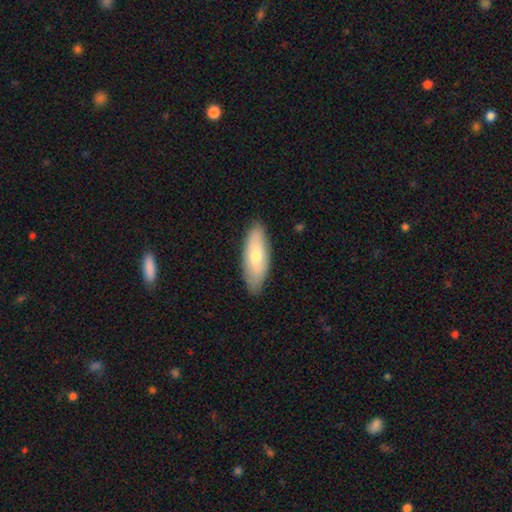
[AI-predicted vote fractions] smooth-or-featured: smooth: 64% | featured or disk: 31% | star or artifact: 6%
  how-rounded: in between: 73% | cigar-shaped: 25% | round: 2%
  merging: none: 84% | minor disturbance: 13% | major disturbance: 2% | merger: 1%